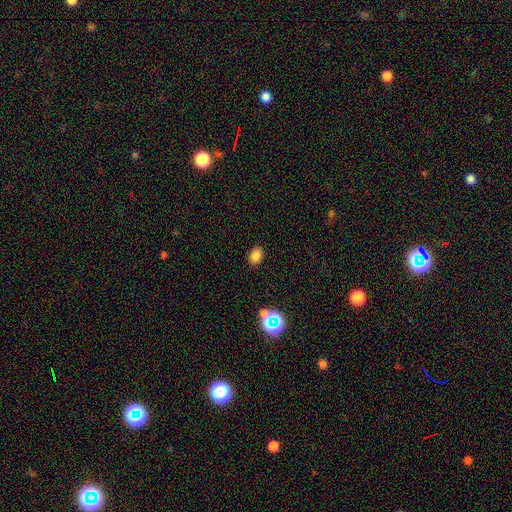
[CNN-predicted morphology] The model was most divided on "how rounded": in between: 77%, round: 22%, cigar-shaped: 1%. More confident: merging — none (87%); smooth or featured — smooth (82%).